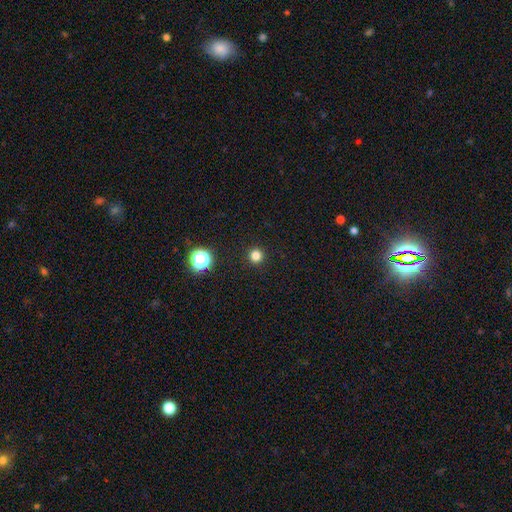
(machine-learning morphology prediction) A smooth galaxy with no disk features (80%) that is round (96%).

Vote fractions:
- Smooth or featured? smooth: 80% / star or artifact: 16% / featured or disk: 4%
- How rounded? round: 96% / in between: 3% / cigar-shaped: 1%
- Merging? none: 93% / minor disturbance: 4% / major disturbance: 2% / merger: 1%